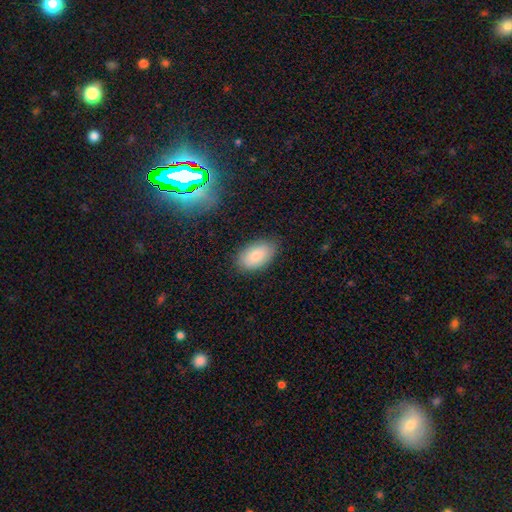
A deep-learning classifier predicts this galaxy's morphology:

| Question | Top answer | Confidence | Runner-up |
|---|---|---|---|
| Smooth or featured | smooth | 84% | featured or disk (9%) |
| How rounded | in between | 94% | round (5%) |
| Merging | none | 81% | minor disturbance (15%) |